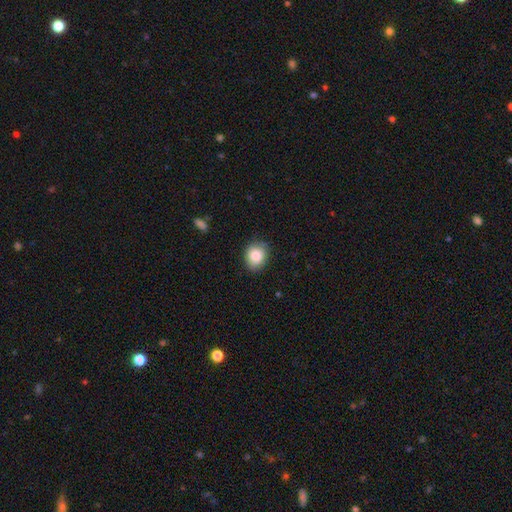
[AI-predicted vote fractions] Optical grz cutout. It shows a smooth galaxy with no disk features (85%) that is round (61%). Merging: none (77%).